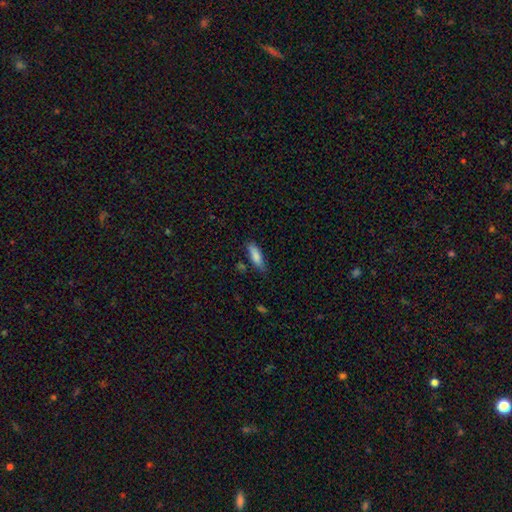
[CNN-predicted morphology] The model was most divided on "how rounded": in between: 53%, cigar-shaped: 45%, round: 2%. More confident: smooth or featured — smooth (83%); merging — none (74%).